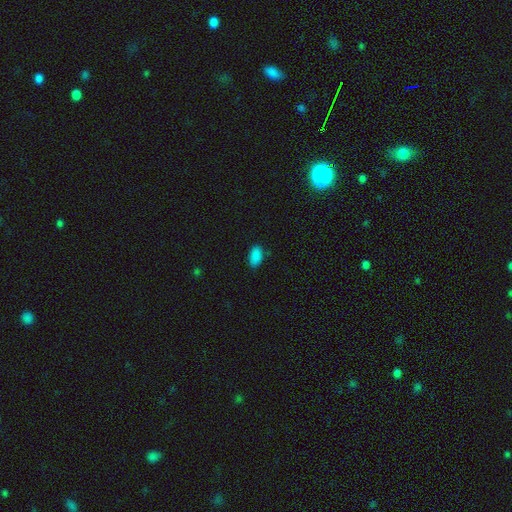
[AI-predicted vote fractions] Smooth or featured? Predicted: smooth (p=0.86). How rounded? Predicted: in between (p=0.94). Merging? Predicted: none (p=0.83).